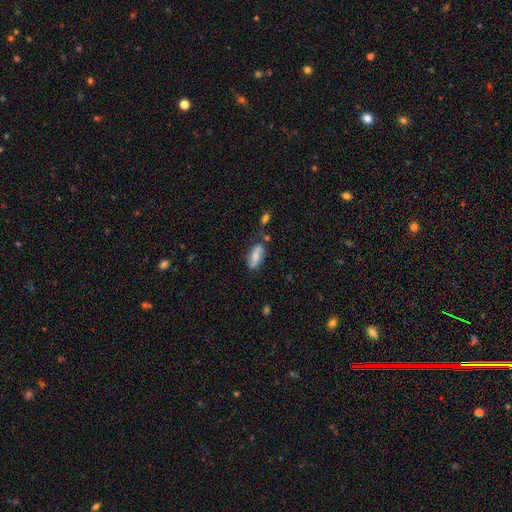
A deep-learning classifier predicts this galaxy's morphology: A smooth galaxy with no disk features (69%) that is in between round and cigar-shaped (76%). Merging: none (64%).